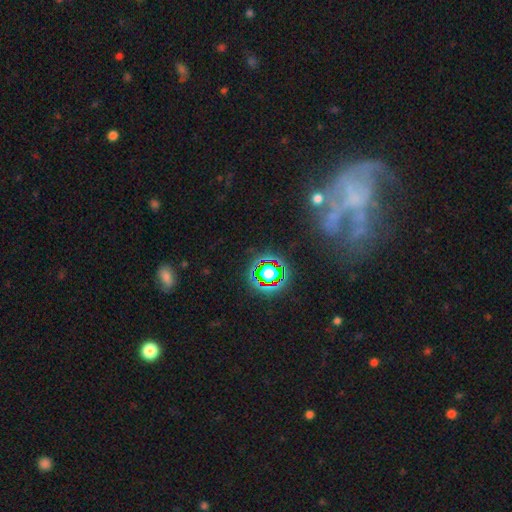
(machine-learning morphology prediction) Smooth or featured? Predicted: featured or disk (p=0.44). Merging? Predicted: none (p=0.44).